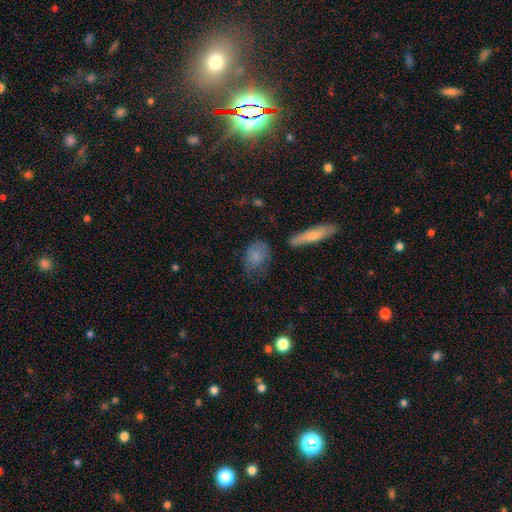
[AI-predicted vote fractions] smooth_or_featured: smooth (p=0.77) [alt: featured or disk p=0.14]
how_rounded: in between (p=0.68) [alt: round p=0.27]
merging: none (p=0.51) [alt: minor disturbance p=0.31]